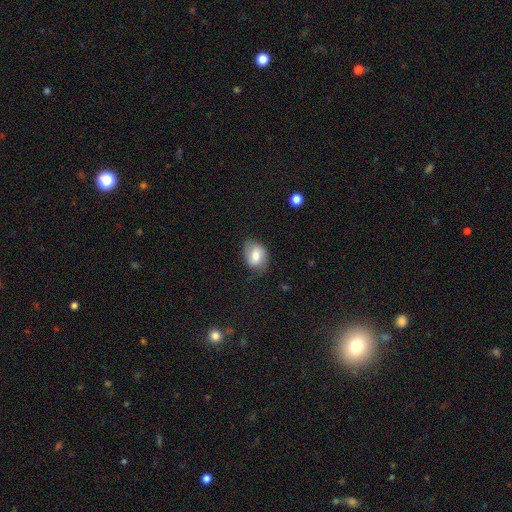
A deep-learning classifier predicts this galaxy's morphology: Smooth or featured: smooth — 70% (featured or disk — 22%)
How rounded: in between — 68% (round — 31%)
Merging: none — 71% (minor disturbance — 22%)